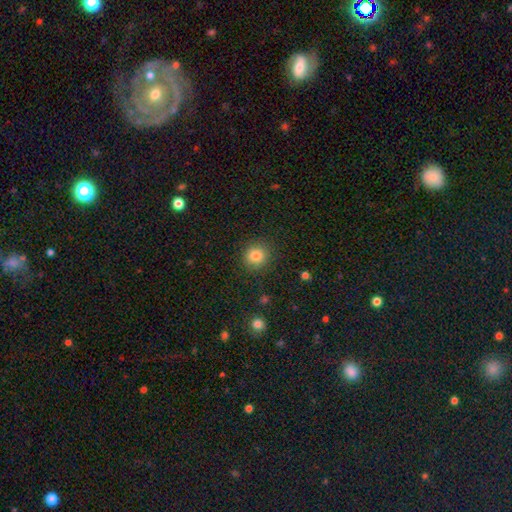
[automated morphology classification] type=smooth (83%); roundness=round (84%); merging=none (88%).